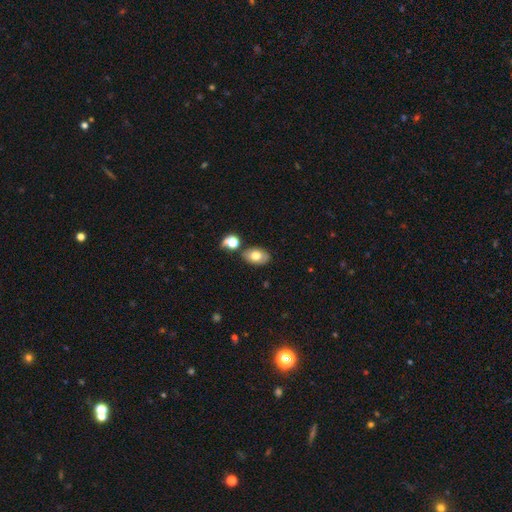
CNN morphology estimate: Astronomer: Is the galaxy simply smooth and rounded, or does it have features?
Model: smooth — 71%.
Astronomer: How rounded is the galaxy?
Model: in between — 87%.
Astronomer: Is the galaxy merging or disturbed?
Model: none — 73%.